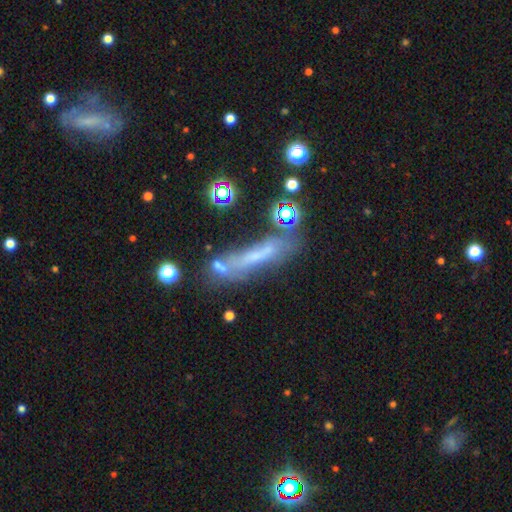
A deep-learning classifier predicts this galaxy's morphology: A featured or disk galaxy (44%).

Vote fractions:
- Smooth or featured? featured or disk: 44% / smooth: 36% / star or artifact: 20%
- Merging? none: 48% / minor disturbance: 21% / major disturbance: 18% / merger: 13%